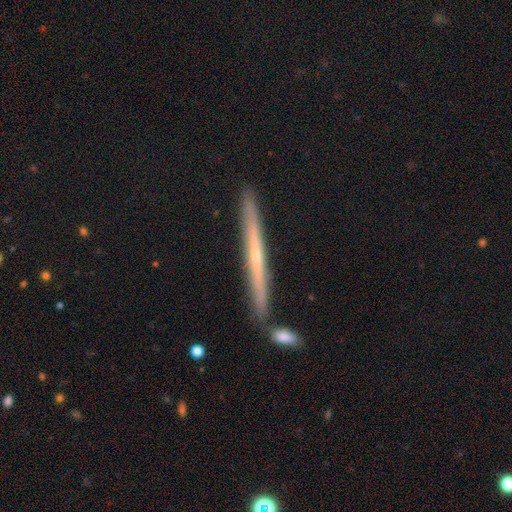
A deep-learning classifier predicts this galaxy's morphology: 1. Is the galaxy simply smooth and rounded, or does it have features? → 61% featured or disk, 31% smooth, 8% star or artifact.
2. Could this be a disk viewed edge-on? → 96% yes, 4% no.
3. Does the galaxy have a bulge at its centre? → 67% none, 28% rounded, 5% boxy.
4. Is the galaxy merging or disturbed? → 85% none, 8% minor disturbance, 5% merger, 2% major disturbance.